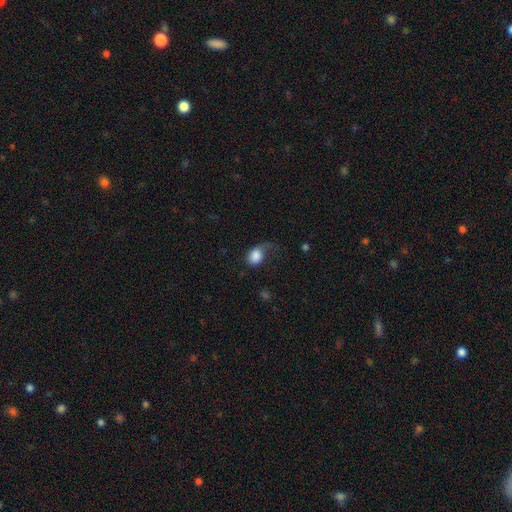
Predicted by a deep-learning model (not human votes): This appears to be a smooth galaxy with no disk features (78%) that is in between round and cigar-shaped (55%). Merging: major disturbance (44%).